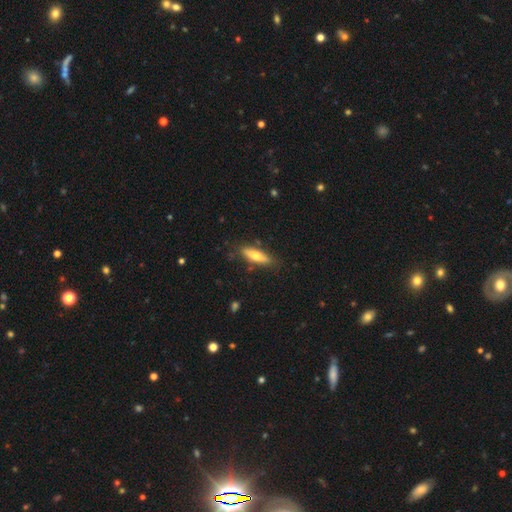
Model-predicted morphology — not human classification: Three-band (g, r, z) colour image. It shows a smooth galaxy with no disk features (62%) that is cigar-shaped (60%). Merging: none (81%).